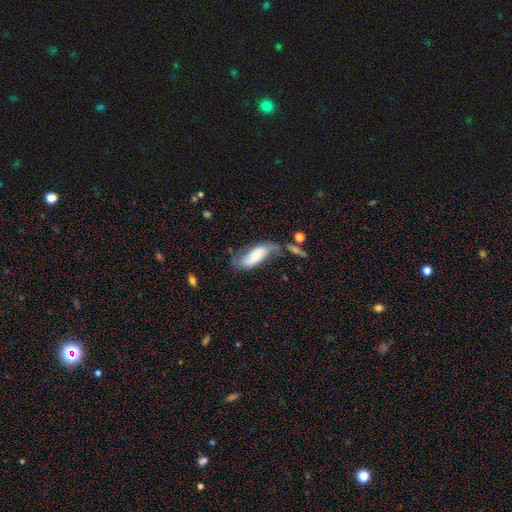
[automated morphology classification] featured or disk 47% (tied), smooth 47% (tied), star or artifact 7%. Down the decision tree: merging — none (46%).